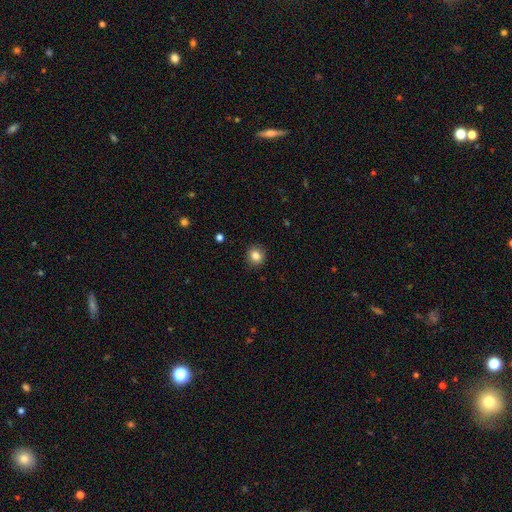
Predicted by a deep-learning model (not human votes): Q: Smooth or featured?
A: smooth (84%); runner-up: star or artifact (10%)
Q: How rounded?
A: round (87%); runner-up: in between (12%)
Q: Merging?
A: none (91%); runner-up: minor disturbance (6%)